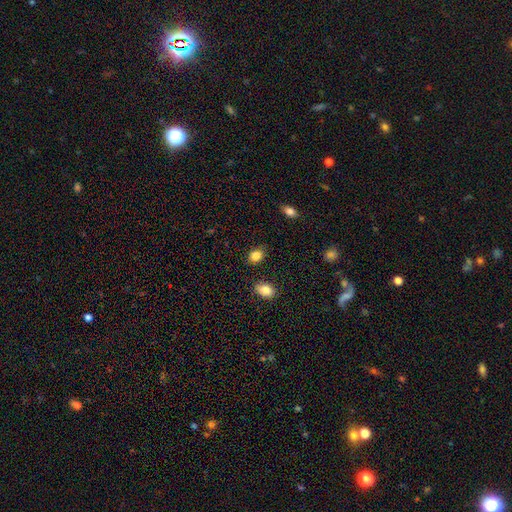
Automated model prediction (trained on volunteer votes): smooth 86%, star or artifact 9%, featured or disk 5%. Down the decision tree: how rounded — in between (62%); merging — none (83%).